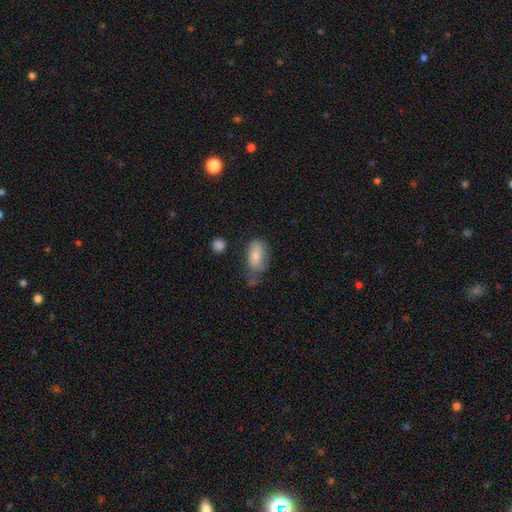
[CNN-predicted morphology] This is likely a smooth galaxy (77%). How rounded: clearly in between (90%). Merging: possibly none (51%).